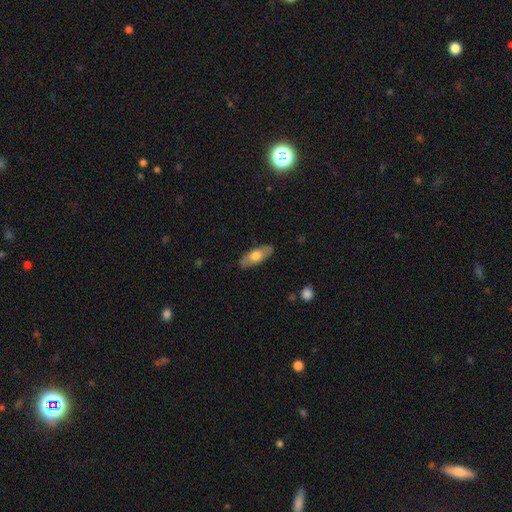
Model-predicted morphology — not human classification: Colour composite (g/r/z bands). It shows a smooth galaxy with no disk features (61%) that is in between round and cigar-shaped (80%). Merging: none (85%).